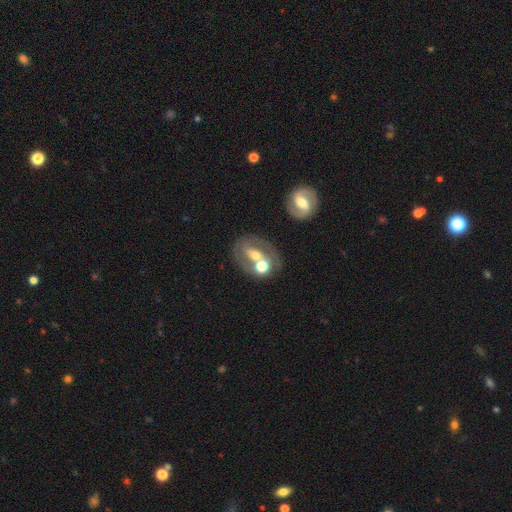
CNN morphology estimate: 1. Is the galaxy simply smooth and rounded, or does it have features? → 54% featured or disk, 36% smooth, 11% star or artifact.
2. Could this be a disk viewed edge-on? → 93% no, 7% yes.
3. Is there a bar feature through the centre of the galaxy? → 53% no, 26% weak, 21% strong.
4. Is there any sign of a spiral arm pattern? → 67% no, 33% yes.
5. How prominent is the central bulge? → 64% moderate, 17% small, 14% large, 3% none, 2% dominant.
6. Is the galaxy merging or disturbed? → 50% none, 31% merger, 13% minor disturbance, 7% major disturbance.